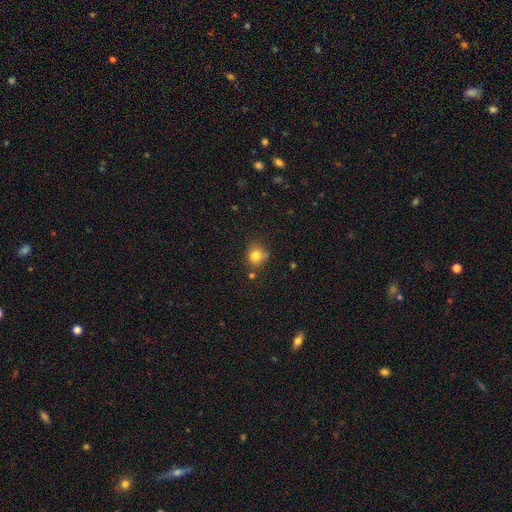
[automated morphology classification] Smooth or featured?
  - smooth: 81% *
  - star or artifact: 12%
  - featured or disk: 7%
How rounded?
  - round: 83% *
  - in between: 16%
  - cigar-shaped: 1%
Merging?
  - none: 70% *
  - minor disturbance: 18%
  - merger: 7%
  - major disturbance: 5%